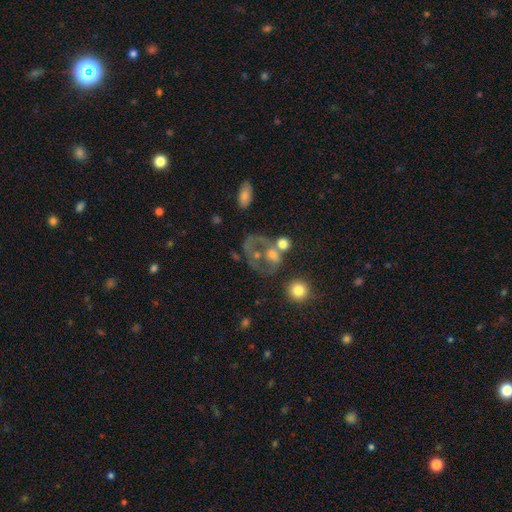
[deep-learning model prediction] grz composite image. It shows a featured or disk galaxy (52%) with no bar (82%), no spiral arms (72%) and a moderate central bulge (39%). Merging: none (34%).